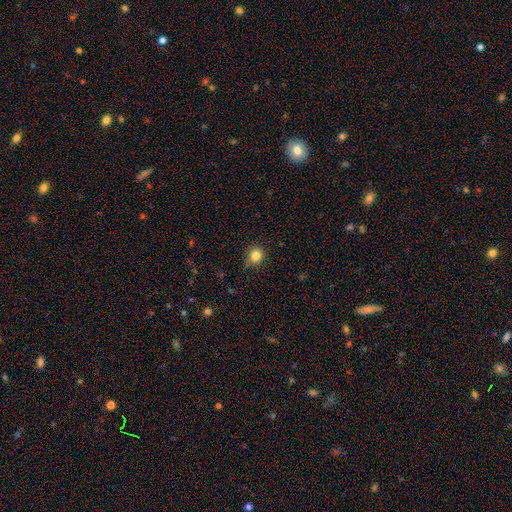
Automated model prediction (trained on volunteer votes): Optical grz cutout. It shows a smooth galaxy with no disk features (82%) that is round (89%). Merging: none (82%).